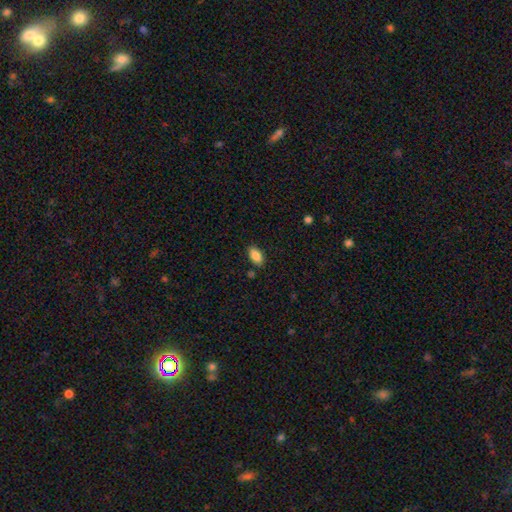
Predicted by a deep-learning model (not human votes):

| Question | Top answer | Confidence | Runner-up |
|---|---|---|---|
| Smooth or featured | smooth | 88% | star or artifact (8%) |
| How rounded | in between | 92% | round (4%) |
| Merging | none | 84% | minor disturbance (11%) |